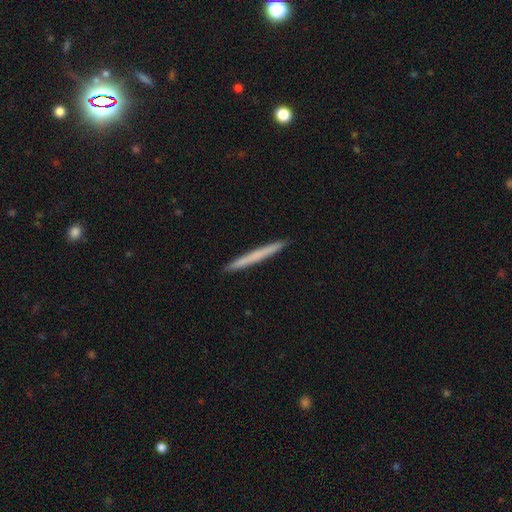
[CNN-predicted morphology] Smooth or featured? smooth (60%)
How rounded? cigar-shaped (97%)
Merging? none (93%)